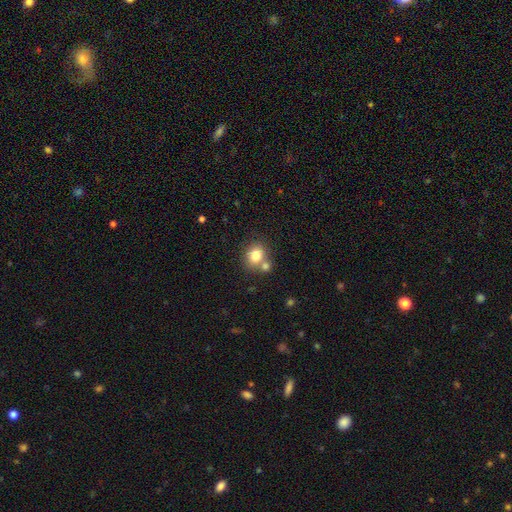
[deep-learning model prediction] smooth 79%, featured or disk 11%, star or artifact 11%. Down the decision tree: how rounded — round (67%); merging — none (58%).